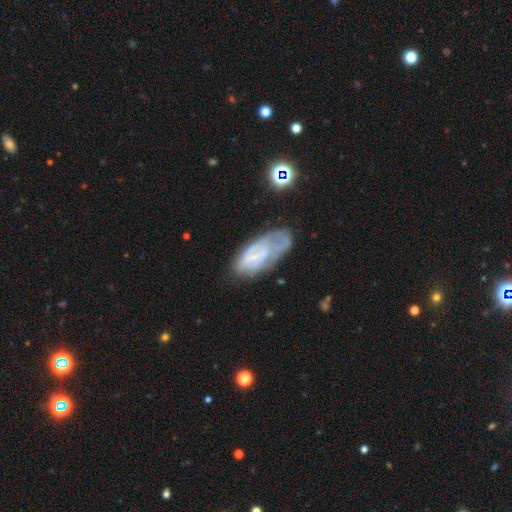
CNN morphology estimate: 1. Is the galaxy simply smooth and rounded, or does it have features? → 48% featured or disk, 41% smooth, 11% star or artifact.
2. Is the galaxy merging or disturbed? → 54% none, 28% minor disturbance, 14% major disturbance, 4% merger.